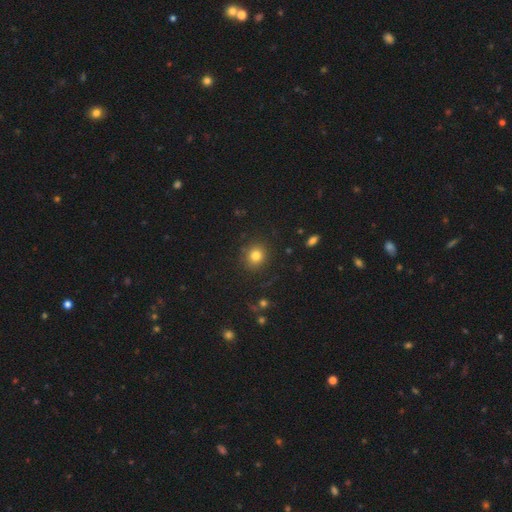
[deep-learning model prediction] Smooth or featured? smooth (81%)
How rounded? round (85%)
Merging? none (89%)